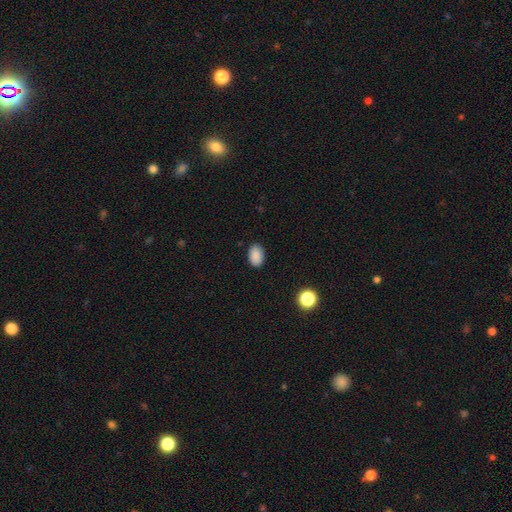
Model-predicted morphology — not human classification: Smooth or featured? Predicted: smooth (p=0.89). How rounded? Predicted: in between (p=0.88). Merging? Predicted: none (p=0.88).